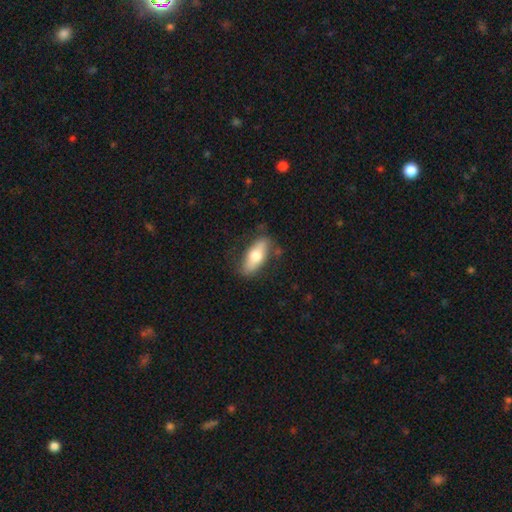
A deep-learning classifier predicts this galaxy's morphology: This appears to be a smooth galaxy with no disk features (65%) that is in between round and cigar-shaped (76%). Merging: none (76%).